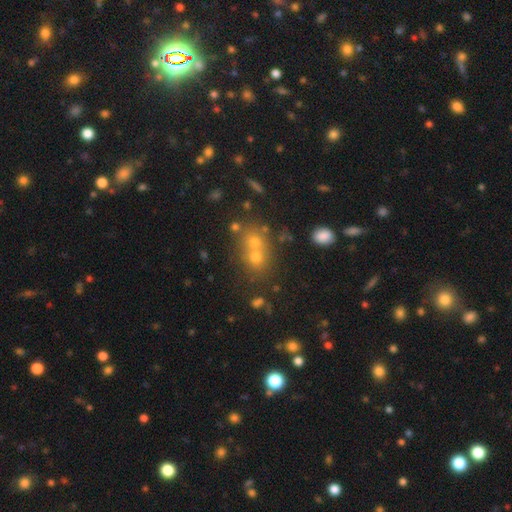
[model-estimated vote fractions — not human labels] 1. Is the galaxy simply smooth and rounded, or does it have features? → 56% smooth, 25% star or artifact, 18% featured or disk.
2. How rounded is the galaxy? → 76% round, 23% in between, 1% cigar-shaped.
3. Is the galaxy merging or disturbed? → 53% merger, 37% none, 6% minor disturbance, 3% major disturbance.